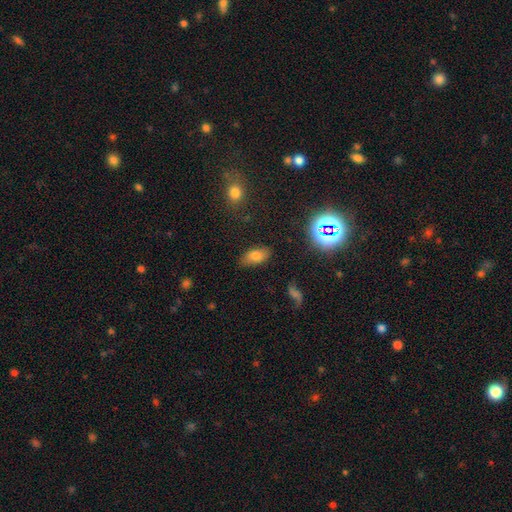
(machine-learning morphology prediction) type=smooth (74%); roundness=in between (91%); merging=none (80%).